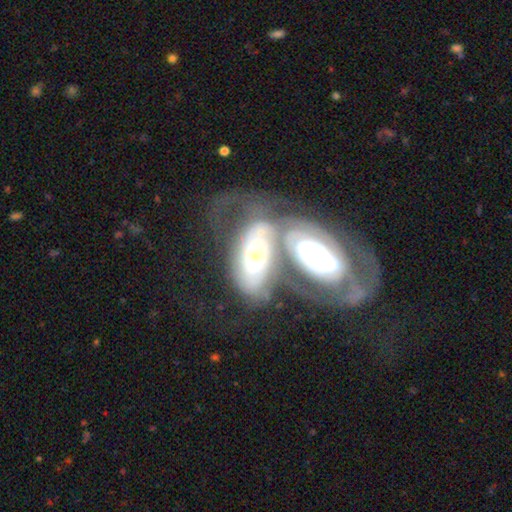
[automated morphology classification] This is likely a featured or disk galaxy (74%). It is clearly not viewed edge-on (91%). Bar: likely no (71%). Spiral arm pattern: clearly yes (86%). Spiral arm count: marginally 2 (41%). Spiral winding: likely tight (66%). Central bulge: possibly moderate (48%). Merging: possibly merger (60%).